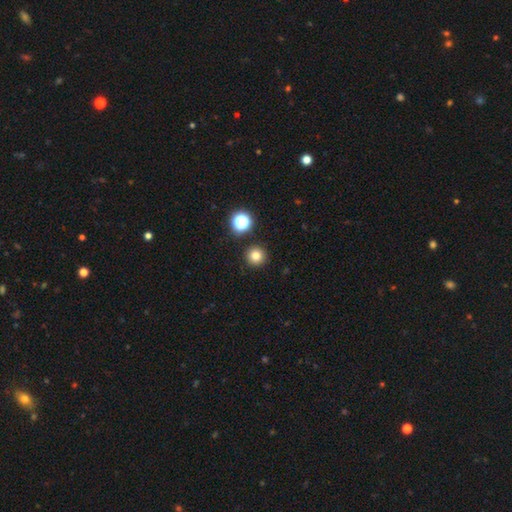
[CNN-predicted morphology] Overall: smooth (79%). How rounded: round (96%). Merging: none (91%).